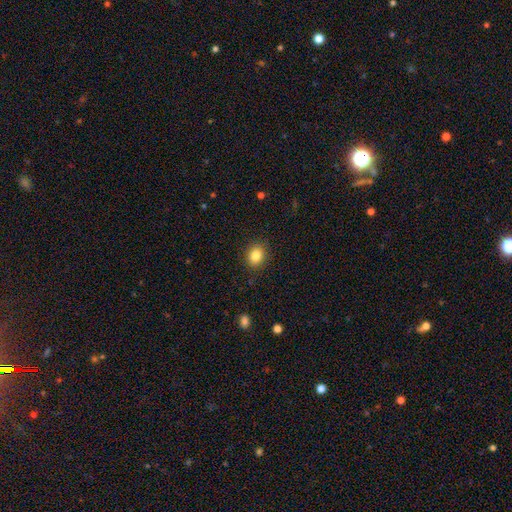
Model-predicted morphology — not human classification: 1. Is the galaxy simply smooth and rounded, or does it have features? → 85% smooth, 10% star or artifact, 6% featured or disk.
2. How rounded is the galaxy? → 51% round, 48% in between, 1% cigar-shaped.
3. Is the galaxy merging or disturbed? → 88% none, 8% minor disturbance, 2% major disturbance, 1% merger.